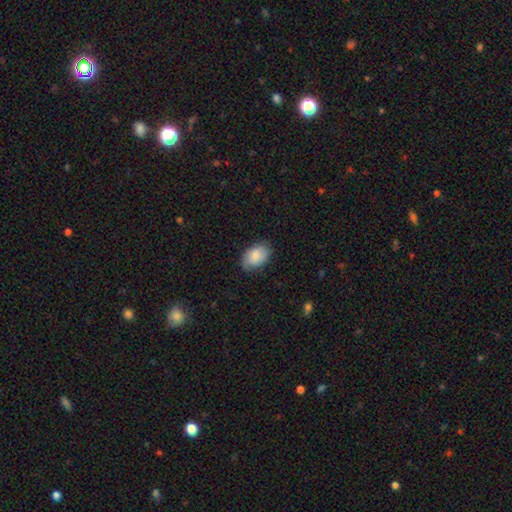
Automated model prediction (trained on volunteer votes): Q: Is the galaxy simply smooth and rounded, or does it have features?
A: smooth — 81%.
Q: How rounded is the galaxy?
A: in between — 90%.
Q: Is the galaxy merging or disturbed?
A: none — 74%.